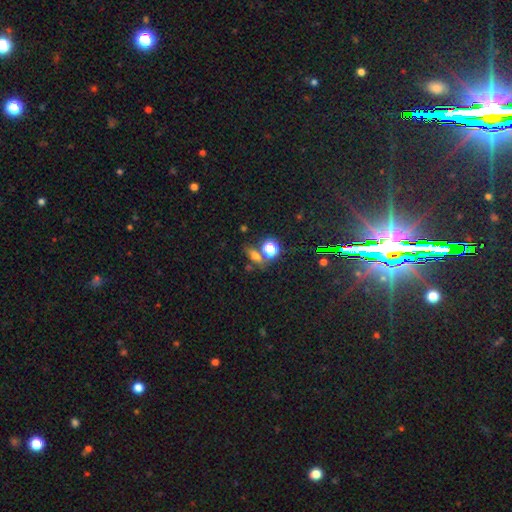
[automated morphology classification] Q: Smooth or featured?
A: smooth (57%); runner-up: star or artifact (31%)
Q: How rounded?
A: in between (56%); runner-up: round (28%)
Q: Merging?
A: none (63%); runner-up: merger (19%)